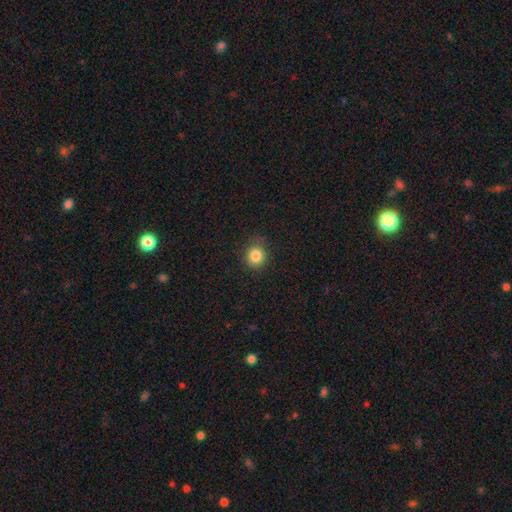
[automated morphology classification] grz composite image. It shows a smooth galaxy with no disk features (84%) that is round (80%). Merging: none (80%).